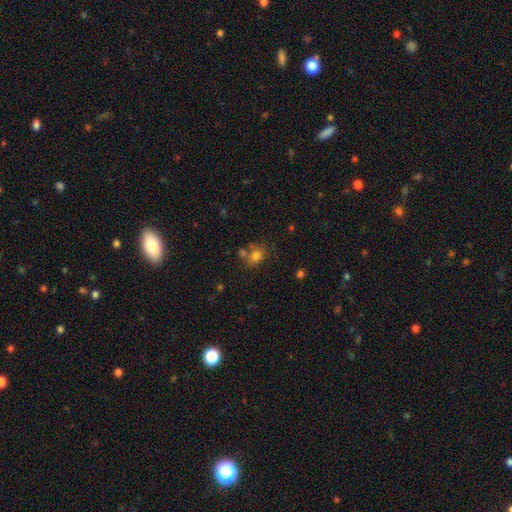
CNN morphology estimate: Smooth or featured? Predicted: smooth (p=0.76). How rounded? Predicted: in between (p=0.55). Merging? Predicted: none (p=0.51).